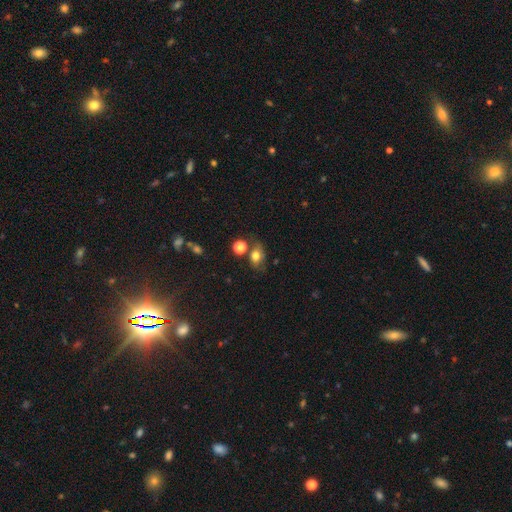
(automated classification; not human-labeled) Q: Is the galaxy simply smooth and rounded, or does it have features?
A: smooth — 73%.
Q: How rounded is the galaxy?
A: in between — 64%.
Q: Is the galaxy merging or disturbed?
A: none — 61%.